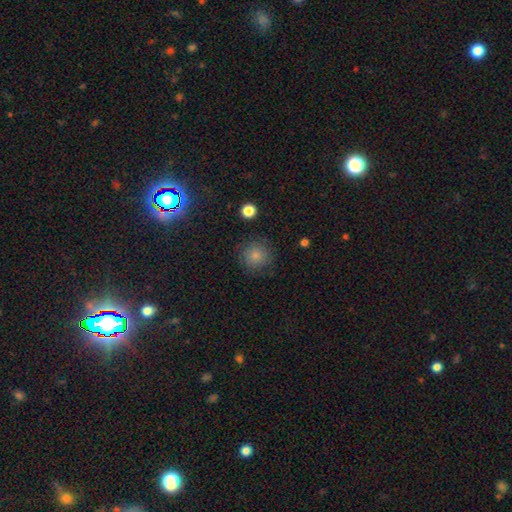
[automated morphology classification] smooth_or_featured: smooth (p=0.68) [alt: star or artifact p=0.24]
how_rounded: round (p=0.94) [alt: in between p=0.05]
merging: none (p=0.87) [alt: minor disturbance p=0.09]